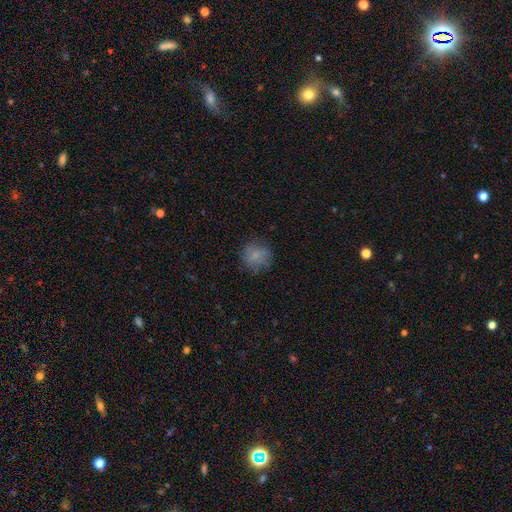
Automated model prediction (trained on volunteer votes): This is likely a smooth galaxy (75%). How rounded: clearly round (85%). Merging: likely none (73%).